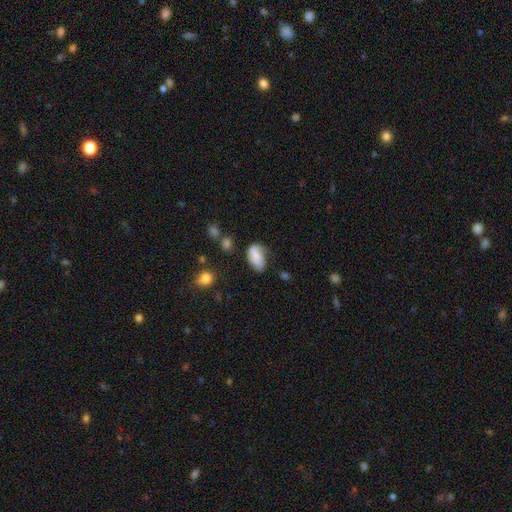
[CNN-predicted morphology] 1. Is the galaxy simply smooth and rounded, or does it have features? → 72% smooth, 20% featured or disk, 8% star or artifact.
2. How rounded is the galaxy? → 91% in between, 6% round, 3% cigar-shaped.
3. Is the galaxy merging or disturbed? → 43% none, 35% minor disturbance, 17% major disturbance, 4% merger.